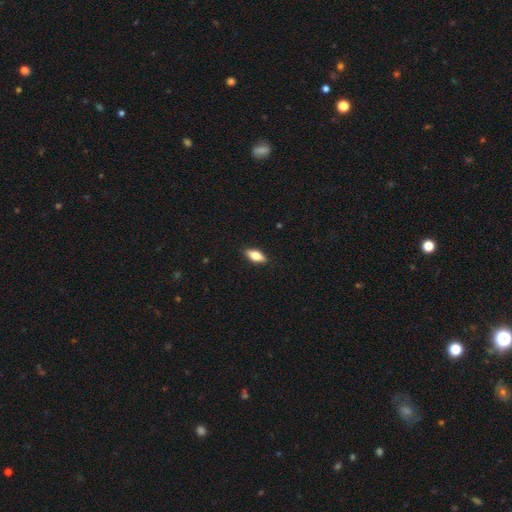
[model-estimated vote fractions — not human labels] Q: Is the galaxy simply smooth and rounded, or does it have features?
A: smooth — 68%.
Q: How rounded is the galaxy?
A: in between — 80%.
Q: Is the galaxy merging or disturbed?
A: none — 89%.